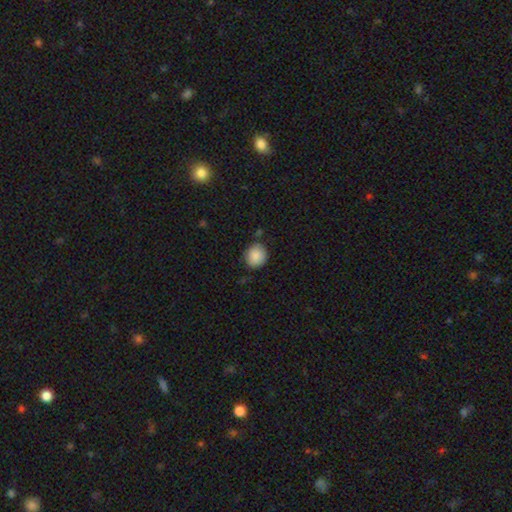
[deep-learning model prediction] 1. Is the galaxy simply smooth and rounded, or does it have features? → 89% smooth, 7% star or artifact, 4% featured or disk.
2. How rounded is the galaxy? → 79% round, 21% in between, 1% cigar-shaped.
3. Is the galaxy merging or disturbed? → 79% none, 15% minor disturbance, 3% merger, 3% major disturbance.